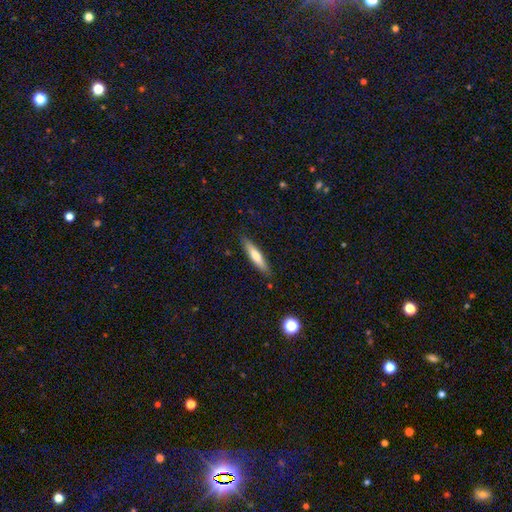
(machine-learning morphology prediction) smooth-or-featured: smooth: 67% | featured or disk: 27% | star or artifact: 6%
  how-rounded: cigar-shaped: 85% | in between: 14% | round: 1%
  merging: none: 86% | minor disturbance: 10% | major disturbance: 2% | merger: 1%